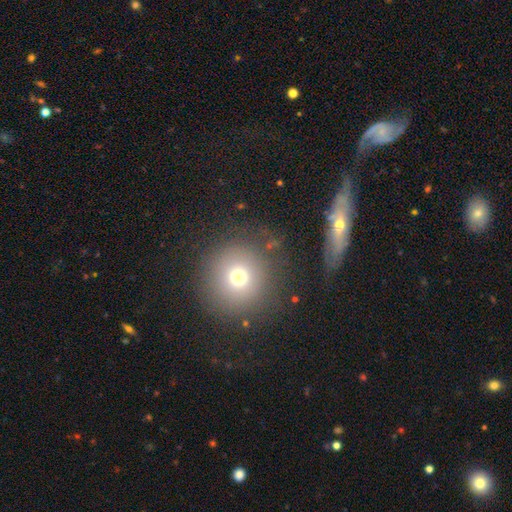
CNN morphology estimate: Smooth or featured? Predicted: smooth (p=0.54). How rounded? Predicted: round (p=0.92). Merging? Predicted: none (p=0.80).